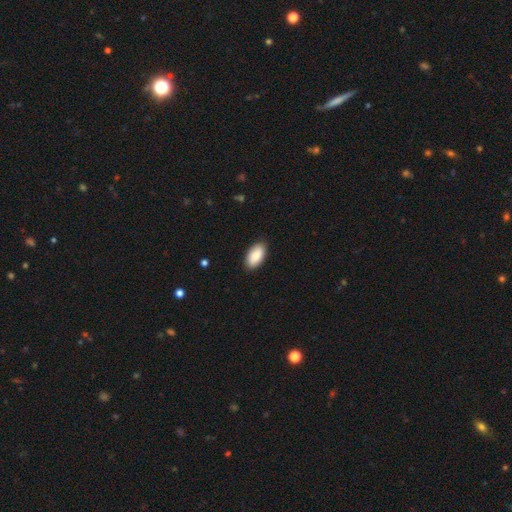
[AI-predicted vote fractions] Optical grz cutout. It shows a smooth galaxy with no disk features (86%) that is in between round and cigar-shaped (95%). Merging: none (88%).